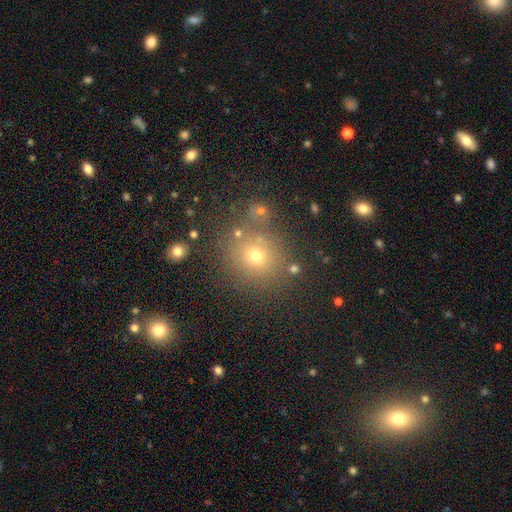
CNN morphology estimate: This appears to be a smooth galaxy with no disk features (68%) that is round (83%). Merging: none (75%).